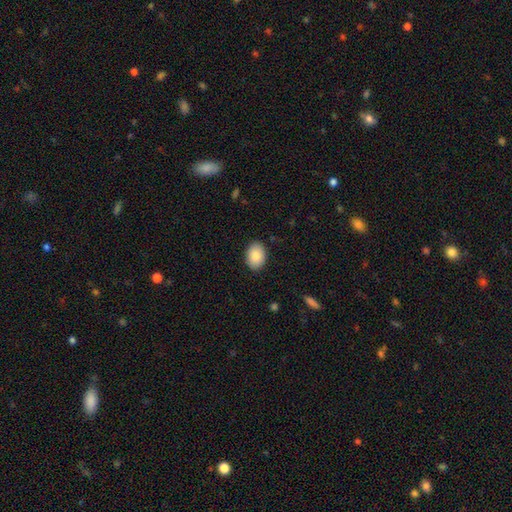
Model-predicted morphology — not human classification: Smooth or featured? Predicted: smooth (p=0.87). How rounded? Predicted: in between (p=0.78). Merging? Predicted: none (p=0.89).